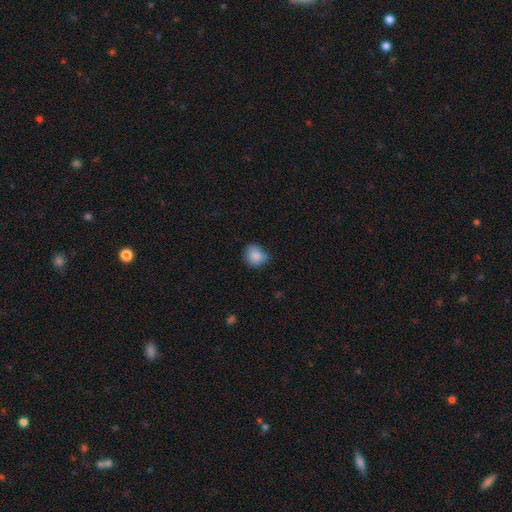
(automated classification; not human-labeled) Smooth or featured: smooth — 86% (star or artifact — 9%)
How rounded: round — 76% (in between — 23%)
Merging: none — 73% (minor disturbance — 22%)